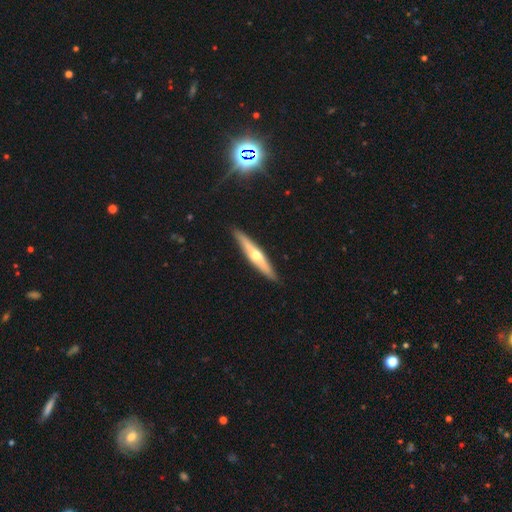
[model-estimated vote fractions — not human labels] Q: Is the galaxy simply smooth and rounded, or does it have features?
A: featured or disk — 61%.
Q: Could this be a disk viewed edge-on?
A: yes — 94%.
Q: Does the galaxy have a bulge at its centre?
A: rounded — 89%.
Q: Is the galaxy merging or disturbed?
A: none — 90%.